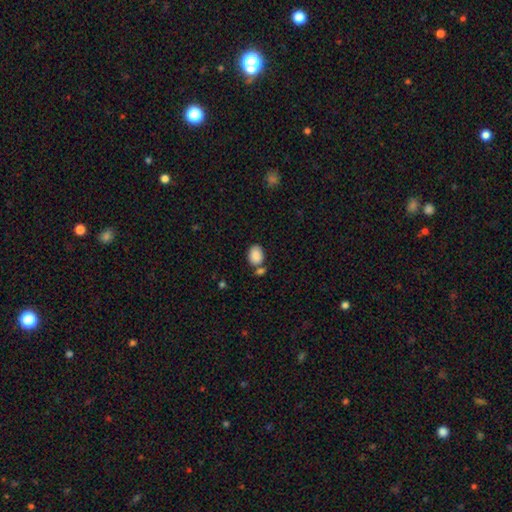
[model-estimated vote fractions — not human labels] smooth-or-featured: smooth: 88% | star or artifact: 8% | featured or disk: 4%
  how-rounded: in between: 73% | round: 26% | cigar-shaped: 1%
  merging: none: 60% | merger: 22% | minor disturbance: 13% | major disturbance: 4%